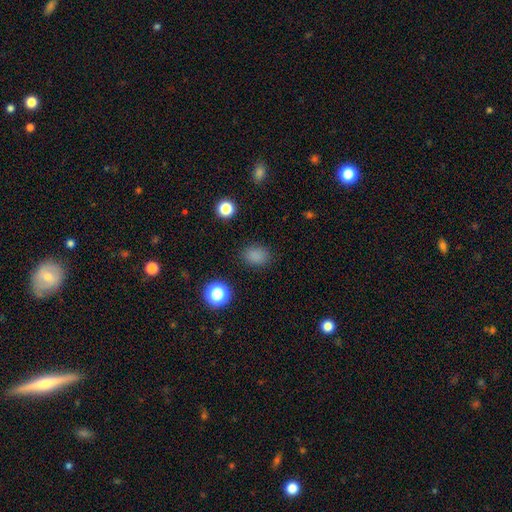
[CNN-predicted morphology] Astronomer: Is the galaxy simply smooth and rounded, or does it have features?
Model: smooth — 82%.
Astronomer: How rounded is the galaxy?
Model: in between — 53% (runner-up: round, 46%).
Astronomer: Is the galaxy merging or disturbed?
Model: none — 84%.